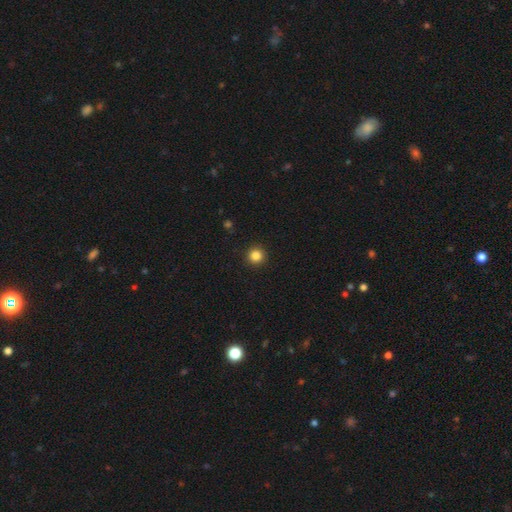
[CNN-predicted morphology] This is clearly a smooth galaxy (85%). How rounded: clearly round (95%). Merging: clearly none (93%).